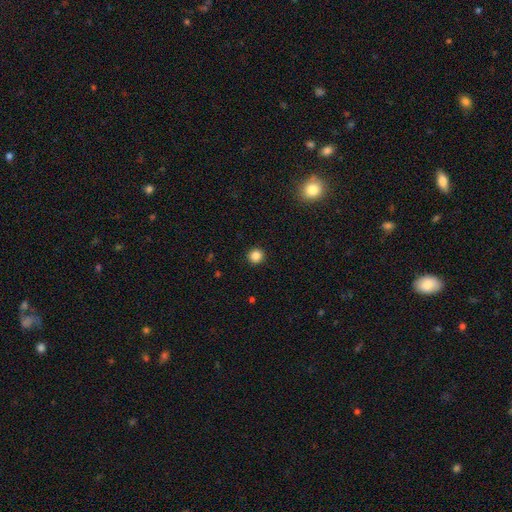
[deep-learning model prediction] Morphology: type=smooth (85%); roundness=round (94%); merging=none (93%).